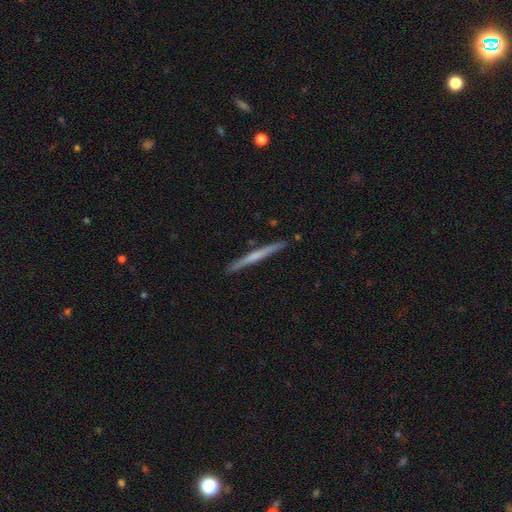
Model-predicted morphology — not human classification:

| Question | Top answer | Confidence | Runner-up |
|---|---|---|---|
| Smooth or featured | featured or disk | 52% | smooth (43%) |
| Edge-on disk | yes | 98% | no (2%) |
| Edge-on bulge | none | 72% | rounded (21%) |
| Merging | none | 91% | minor disturbance (6%) |